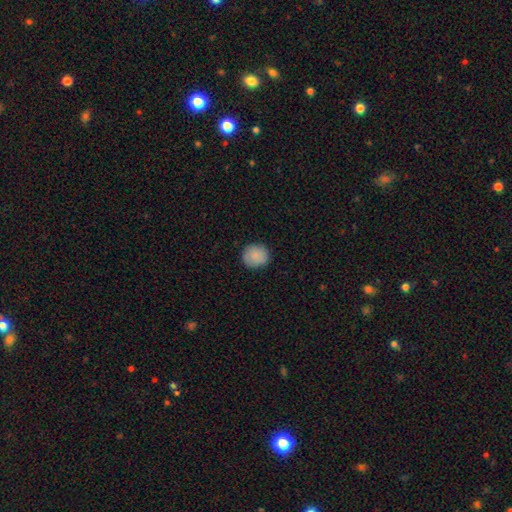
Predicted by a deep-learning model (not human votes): This appears to be a smooth galaxy with no disk features (88%) that is round (89%). Merging: none (89%).